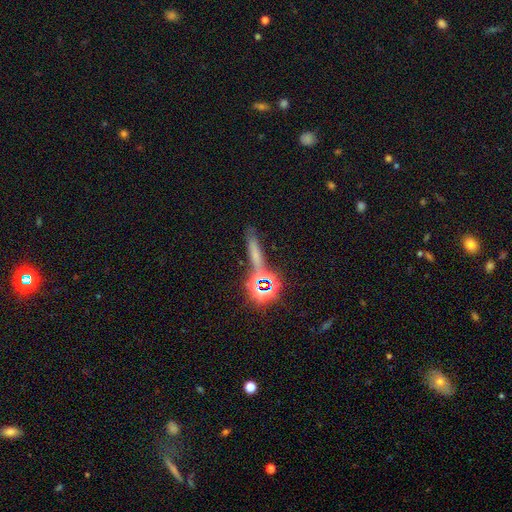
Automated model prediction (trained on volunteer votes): This is marginally a smooth galaxy (43%). Merging: likely none (71%).